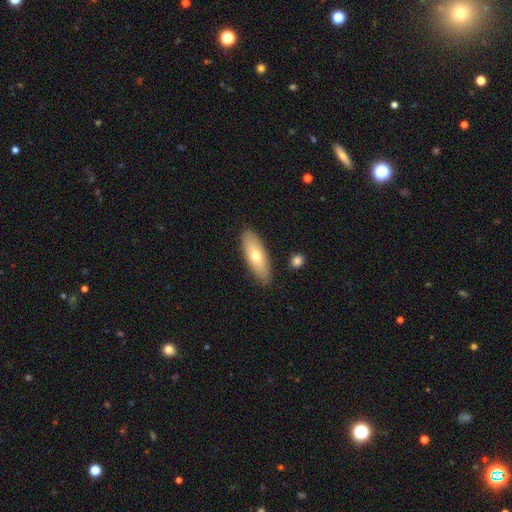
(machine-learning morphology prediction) This appears to be a smooth galaxy with no disk features (63%) that is in between round and cigar-shaped (61%). Merging: none (87%).